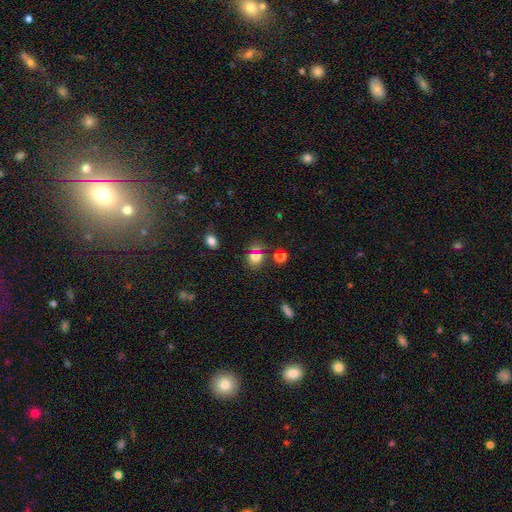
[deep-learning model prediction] Smooth or featured? Predicted: smooth (p=0.70). How rounded? Predicted: round (p=0.73). Merging? Predicted: none (p=0.67).